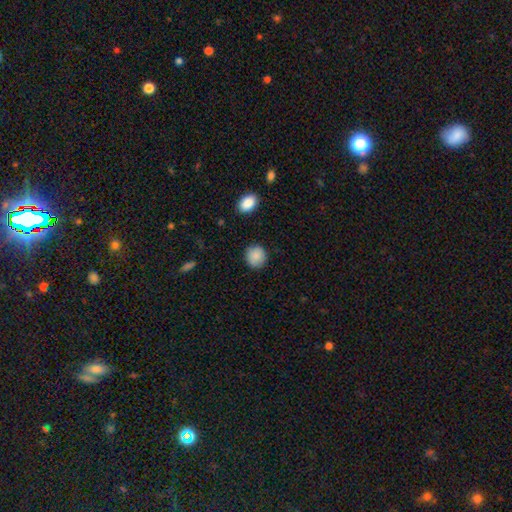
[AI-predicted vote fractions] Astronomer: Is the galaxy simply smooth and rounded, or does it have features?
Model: smooth — 89%.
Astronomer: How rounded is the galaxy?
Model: round — 86%.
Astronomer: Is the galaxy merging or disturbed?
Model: none — 87%.